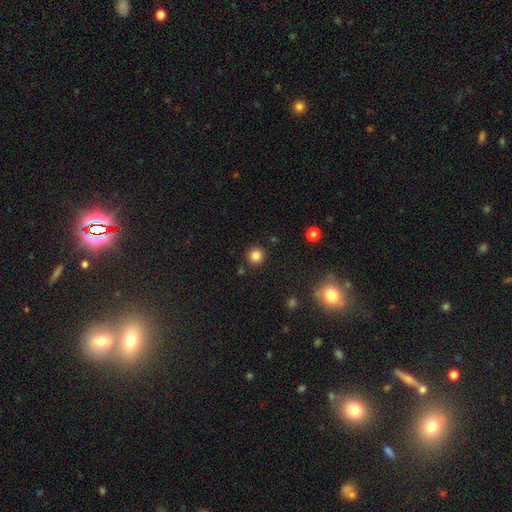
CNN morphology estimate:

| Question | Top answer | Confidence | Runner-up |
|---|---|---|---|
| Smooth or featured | smooth | 84% | star or artifact (12%) |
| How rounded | round | 93% | in between (6%) |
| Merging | none | 89% | minor disturbance (6%) |